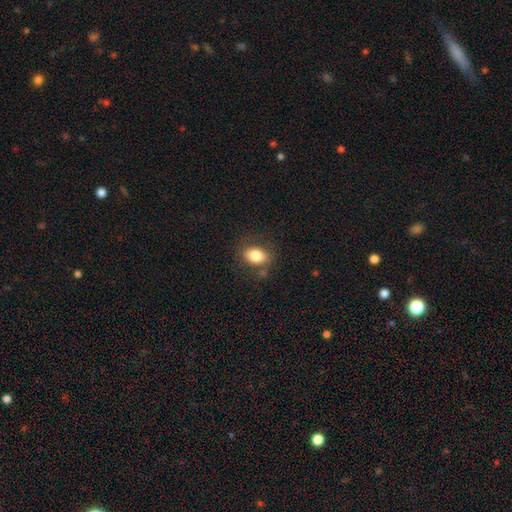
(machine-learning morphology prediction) Smooth or featured? Predicted: smooth (p=0.82). How rounded? Predicted: in between (p=0.76). Merging? Predicted: none (p=0.76).